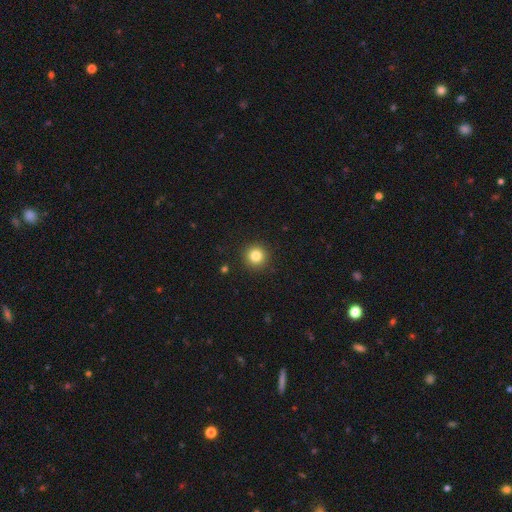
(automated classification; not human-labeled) smooth 83%, star or artifact 11%, featured or disk 6%. Down the decision tree: how rounded — round (95%); merging — none (91%).